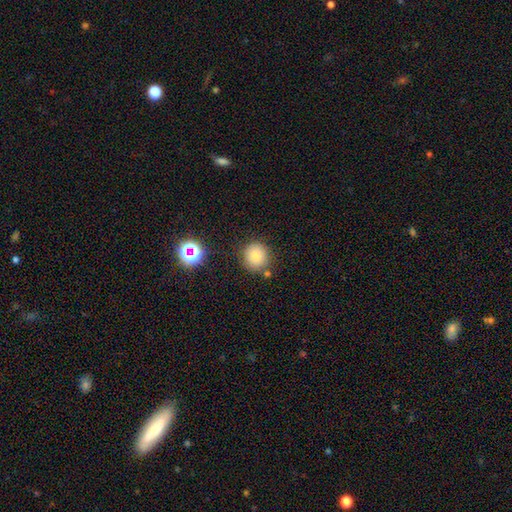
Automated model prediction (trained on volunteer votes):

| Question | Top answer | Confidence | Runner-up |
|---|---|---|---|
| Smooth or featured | smooth | 79% | star or artifact (13%) |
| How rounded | round | 91% | in between (8%) |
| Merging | none | 80% | minor disturbance (10%) |